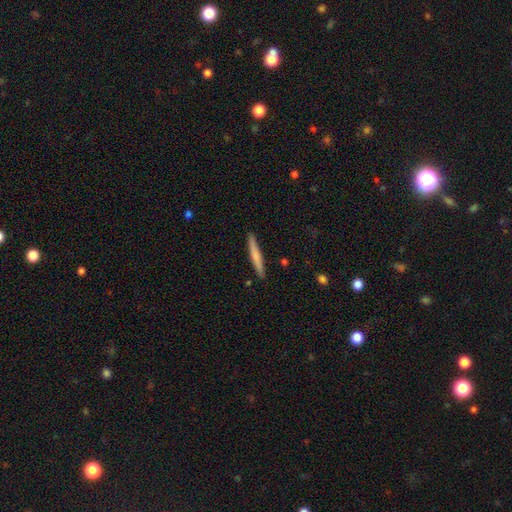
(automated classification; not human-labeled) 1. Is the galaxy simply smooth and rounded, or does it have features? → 63% smooth, 32% featured or disk, 5% star or artifact.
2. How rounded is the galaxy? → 96% cigar-shaped, 3% in between, 1% round.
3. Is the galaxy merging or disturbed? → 90% none, 7% minor disturbance, 1% major disturbance, 1% merger.